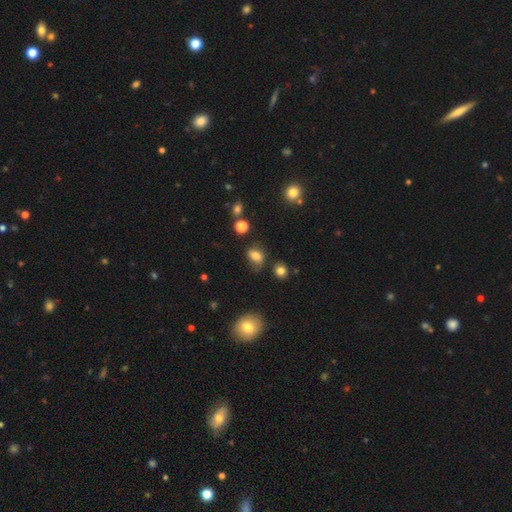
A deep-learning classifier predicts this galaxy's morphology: smooth_or_featured: smooth (p=0.74) [alt: featured or disk p=0.14]
how_rounded: in between (p=0.73) [alt: round p=0.25]
merging: none (p=0.55) [alt: minor disturbance p=0.27]